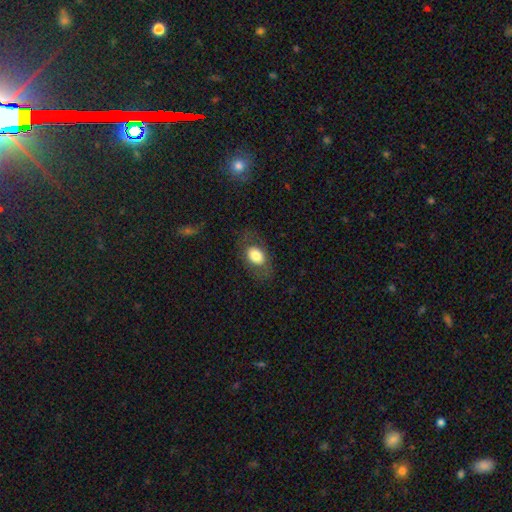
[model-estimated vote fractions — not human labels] Q: Smooth or featured?
A: smooth (73%); runner-up: featured or disk (20%)
Q: How rounded?
A: in between (79%); runner-up: round (20%)
Q: Merging?
A: none (76%); runner-up: minor disturbance (14%)